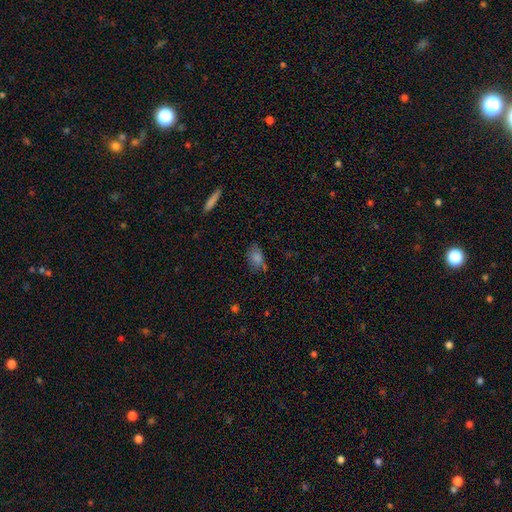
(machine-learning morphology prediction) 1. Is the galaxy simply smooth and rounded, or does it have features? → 71% smooth, 16% star or artifact, 13% featured or disk.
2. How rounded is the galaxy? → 78% in between, 16% round, 6% cigar-shaped.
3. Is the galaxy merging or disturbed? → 70% none, 19% minor disturbance, 5% major disturbance, 5% merger.